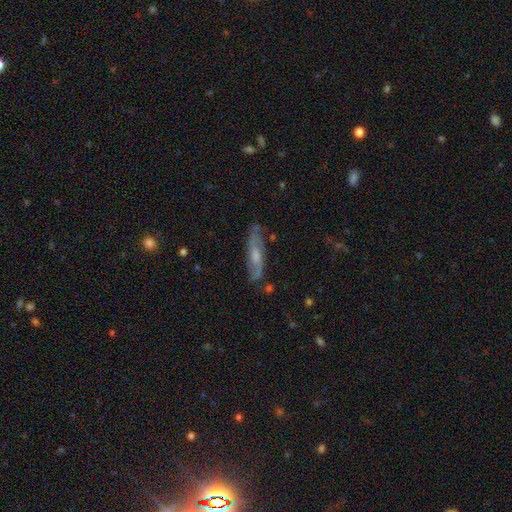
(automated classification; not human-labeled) Overall: featured or disk (64%; smooth 29%). Edge-on disk: no (66%; yes 34%). Merging: none (76%).